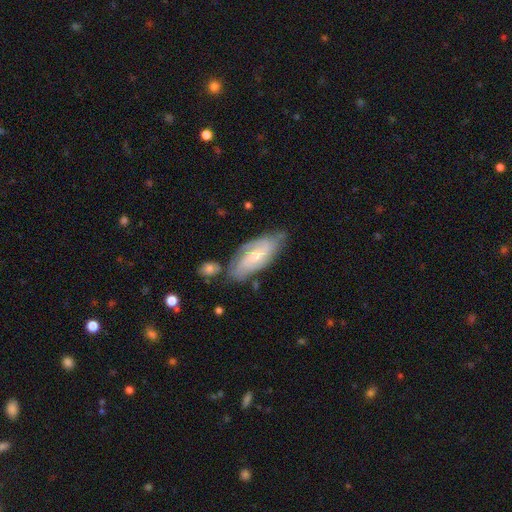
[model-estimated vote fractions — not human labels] Overall: featured or disk (69%). Edge-on disk: no (90%). Bar: no (53%; weak 39%). Spiral arms: yes (91%). Spiral arm count: 2 (48%; can't tell 29%). Spiral winding: tight (48%; medium 39%). Bulge size: small (51%; moderate 42%). Merging: none (67%).